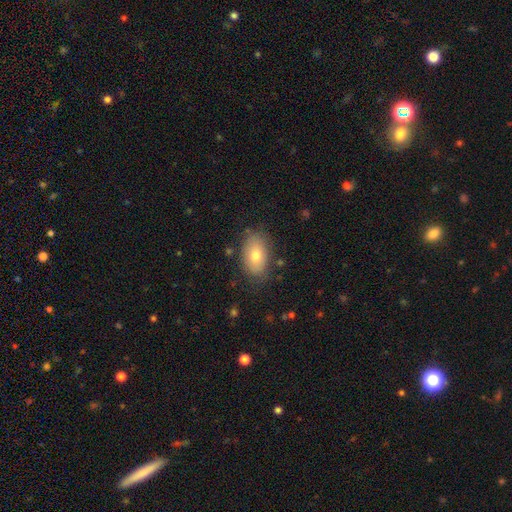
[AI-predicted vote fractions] The model was most divided on "smooth or featured": smooth: 75%, featured or disk: 18%, star or artifact: 8%. More confident: how rounded — in between (90%); merging — none (80%).